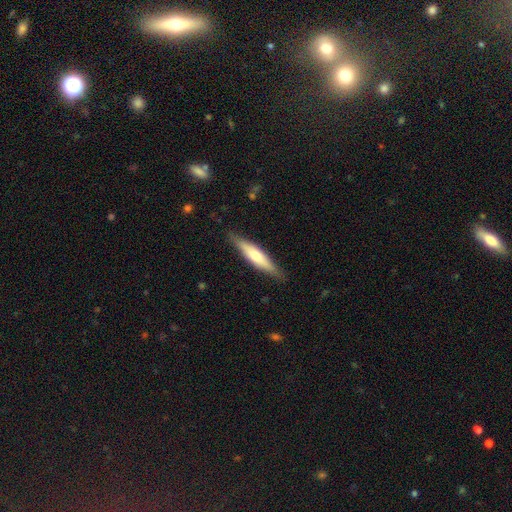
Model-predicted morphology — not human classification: Overall: smooth (54%; featured or disk 41%). How rounded: cigar-shaped (78%). Merging: none (84%).